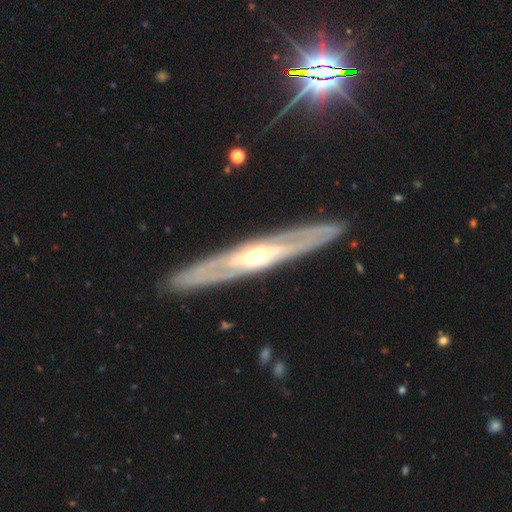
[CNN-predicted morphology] This is clearly a featured or disk galaxy (82%). It is likely viewed edge-on (65%). Edge-on bulge: clearly rounded (83%). Merging: clearly none (89%).